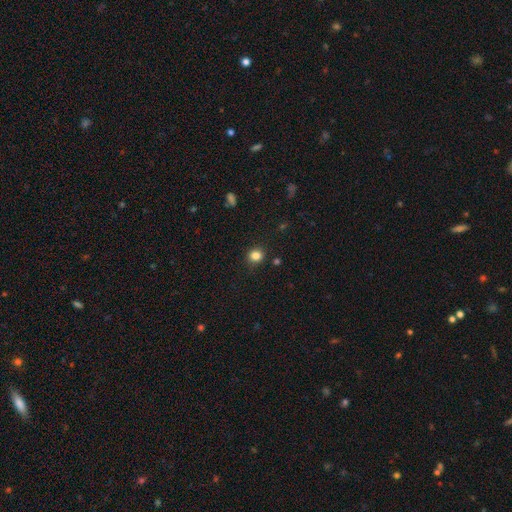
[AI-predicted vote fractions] Q: Smooth or featured?
A: smooth (83%); runner-up: star or artifact (12%)
Q: How rounded?
A: round (85%); runner-up: in between (14%)
Q: Merging?
A: none (87%); runner-up: minor disturbance (9%)